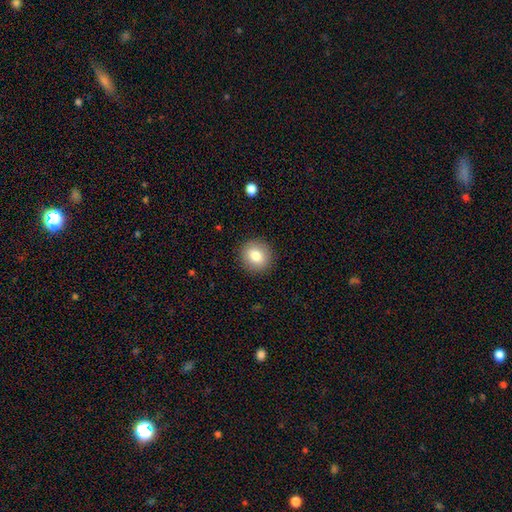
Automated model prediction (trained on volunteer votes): A smooth galaxy with no disk features (81%) that is round (86%). Merging: none (91%).